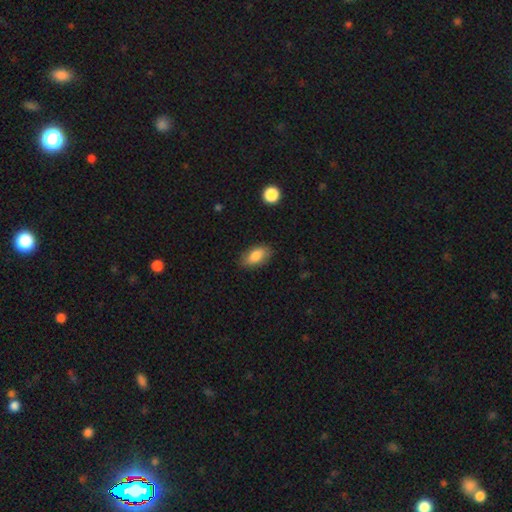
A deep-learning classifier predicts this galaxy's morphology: Q: Smooth or featured?
A: smooth (83%); runner-up: featured or disk (10%)
Q: How rounded?
A: in between (90%); runner-up: round (5%)
Q: Merging?
A: none (81%); runner-up: minor disturbance (15%)